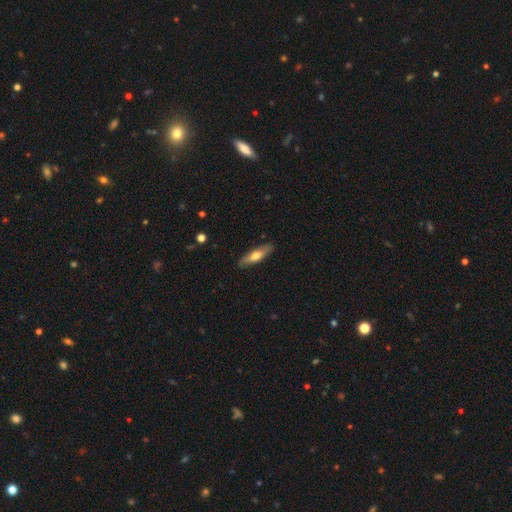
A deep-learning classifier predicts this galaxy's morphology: This appears to be a smooth galaxy with no disk features (62%) that is cigar-shaped (63%). Merging: none (87%).